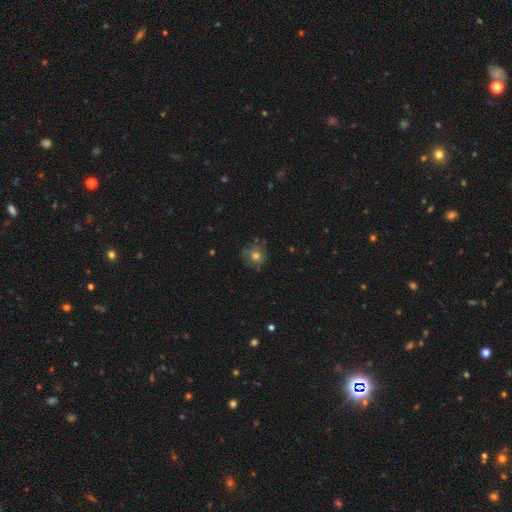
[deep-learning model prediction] smooth-or-featured: smooth: 69% | featured or disk: 19% | star or artifact: 12%
  how-rounded: round: 86% | in between: 13% | cigar-shaped: 1%
  merging: none: 70% | minor disturbance: 20% | major disturbance: 7% | merger: 2%